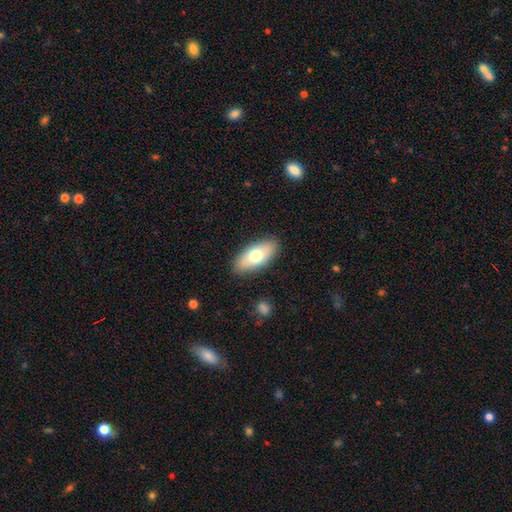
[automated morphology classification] Overall: smooth (69%). How rounded: in between (89%). Merging: none (88%).